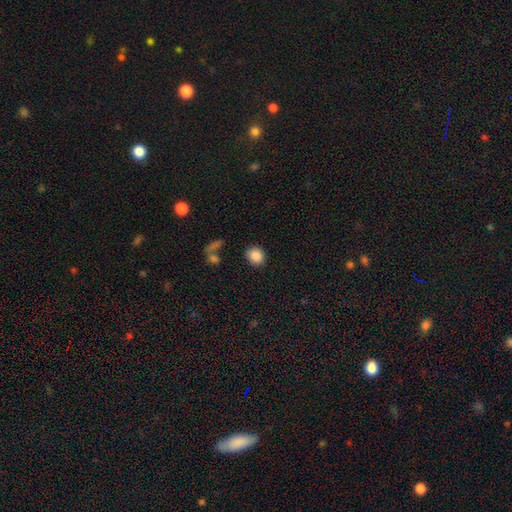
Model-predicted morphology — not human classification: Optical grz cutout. It shows a smooth galaxy with no disk features (87%) that is round (74%). Merging: none (86%).